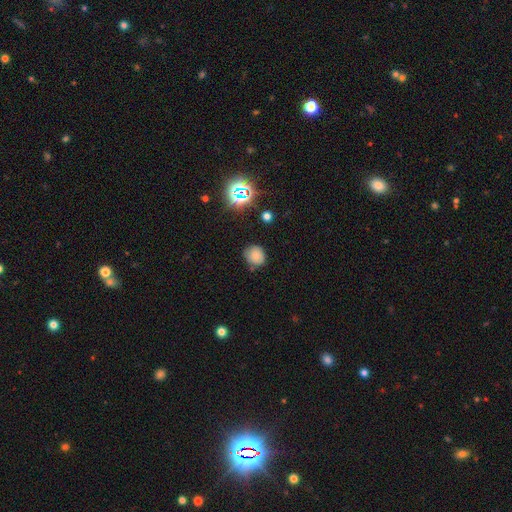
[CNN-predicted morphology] Smooth or featured? Predicted: smooth (p=0.74). How rounded? Predicted: round (p=0.75). Merging? Predicted: none (p=0.75).